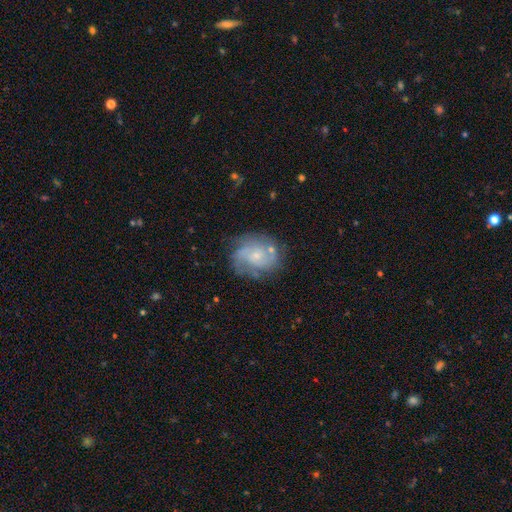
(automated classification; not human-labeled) Smooth or featured: featured or disk — 70% (smooth — 22%)
Edge-on disk: no — 98% (yes — 2%)
Bar: no — 73% (weak — 23%)
Spiral arms: yes — 84% (no — 16%)
Spiral winding: medium — 42% (tight — 38%)
Spiral arm count: 2 — 42% (can't tell — 30%)
Bulge size: small — 73% (moderate — 19%)
Merging: none — 63% (minor disturbance — 21%)